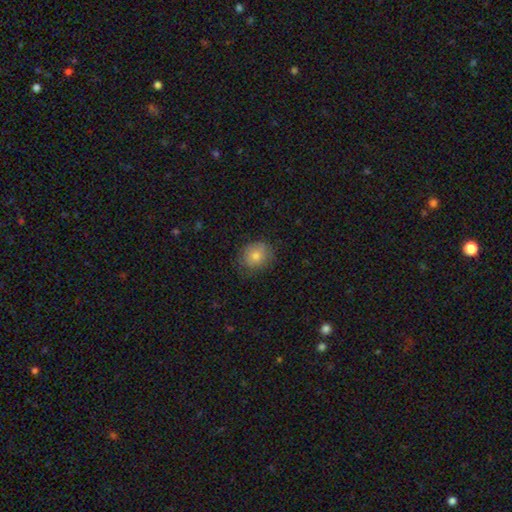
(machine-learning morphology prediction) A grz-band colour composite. It shows a smooth galaxy with no disk features (76%) that is round (72%). Merging: none (76%).